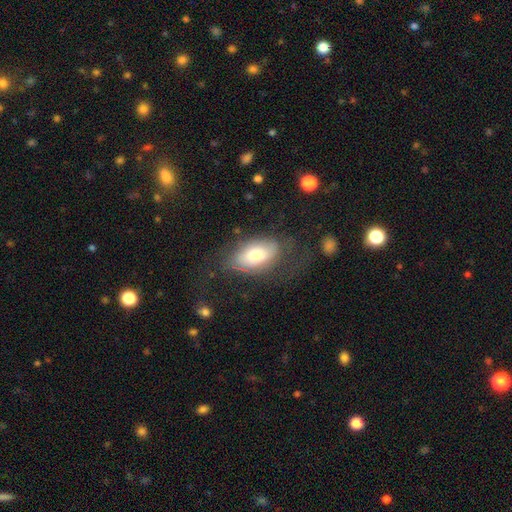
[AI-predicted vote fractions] The model was most divided on "smooth or featured": smooth: 58%, featured or disk: 34%, star or artifact: 8%. More confident: how rounded — in between (91%); merging — none (55%).